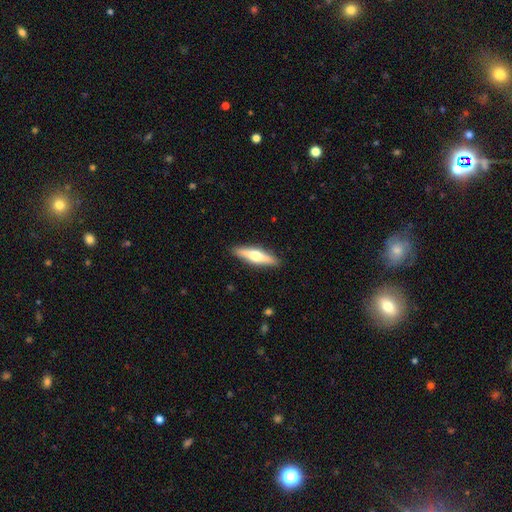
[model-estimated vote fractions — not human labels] Q: Smooth or featured?
A: featured or disk (53%); runner-up: smooth (41%)
Q: Edge-on disk?
A: yes (95%); runner-up: no (5%)
Q: Edge-on bulge?
A: rounded (92%); runner-up: boxy (4%)
Q: Merging?
A: none (90%); runner-up: minor disturbance (7%)